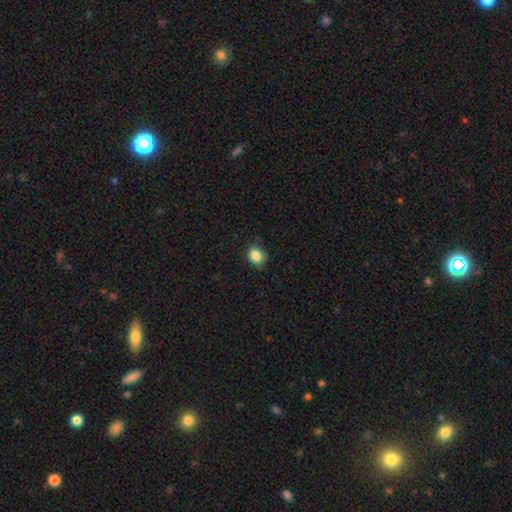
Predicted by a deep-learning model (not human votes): This appears to be a smooth galaxy with no disk features (86%) that is round (60%). Merging: none (80%).